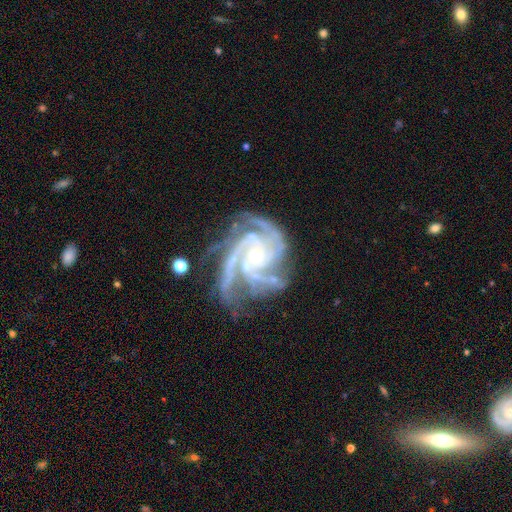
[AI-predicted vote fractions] featured or disk 93%, star or artifact 5%, smooth 2%. Down the decision tree: edge-on disk — no (98%); bar — no (70%); spiral arms — yes (99%); spiral arm count — 3 (42%); spiral winding — tight (61%); bulge size — small (65%); merging — none (60%).